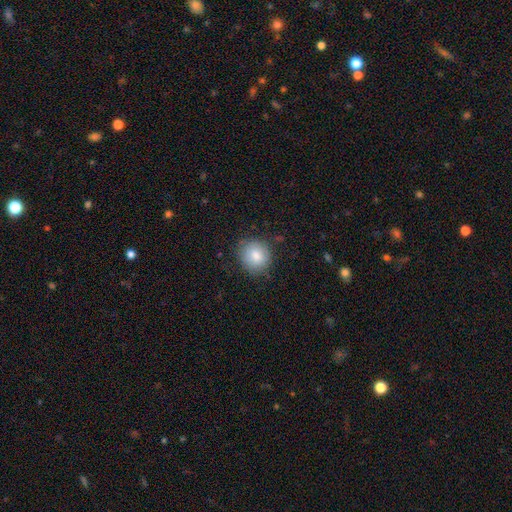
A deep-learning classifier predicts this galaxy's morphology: This appears to be a smooth galaxy with no disk features (84%) that is round (84%). Merging: none (81%).